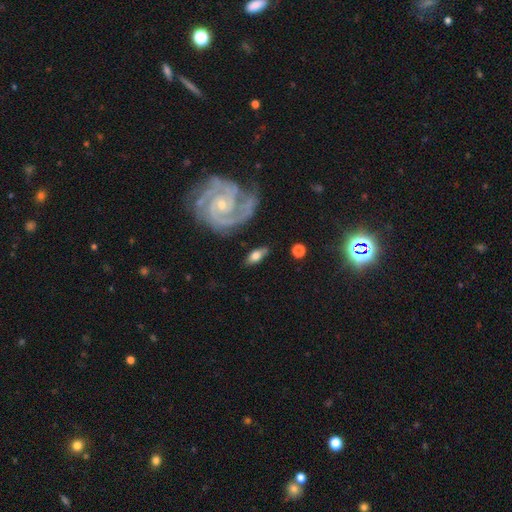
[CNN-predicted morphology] Smooth or featured?
  - featured or disk: 50% *
  - smooth: 44%
  - star or artifact: 6%
Merging?
  - none: 74% *
  - minor disturbance: 16%
  - major disturbance: 6%
  - merger: 5%